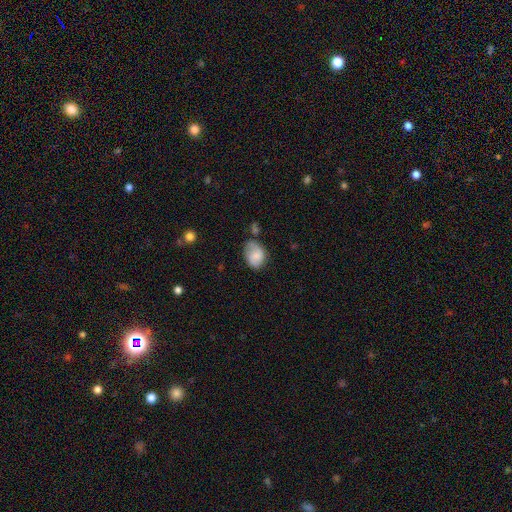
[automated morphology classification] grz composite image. It shows a smooth galaxy with no disk features (78%) that is in between round and cigar-shaped (72%). Merging: none (44%).